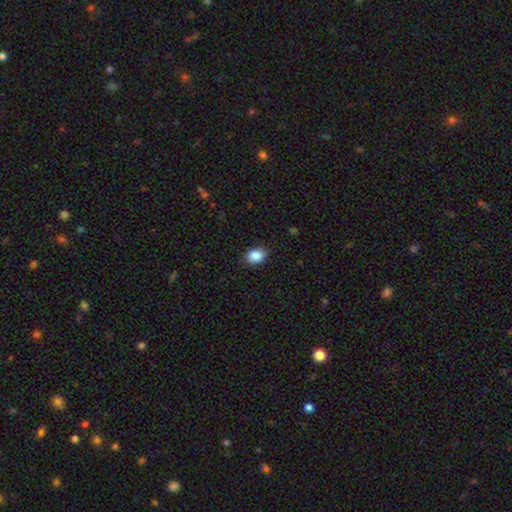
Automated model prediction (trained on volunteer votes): smooth-or-featured: smooth: 88% | star or artifact: 8% | featured or disk: 4%
  how-rounded: in between: 73% | round: 26% | cigar-shaped: 1%
  merging: none: 87% | minor disturbance: 10% | major disturbance: 2% | merger: 1%